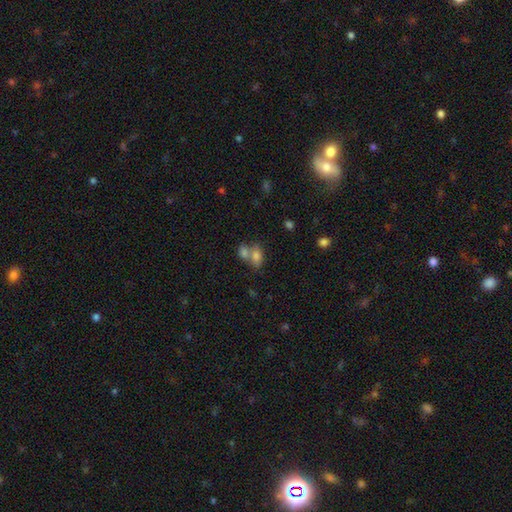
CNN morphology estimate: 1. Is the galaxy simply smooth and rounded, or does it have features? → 78% smooth, 12% featured or disk, 10% star or artifact.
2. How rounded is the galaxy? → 85% in between, 13% round, 2% cigar-shaped.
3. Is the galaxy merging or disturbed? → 55% merger, 31% none, 9% minor disturbance, 5% major disturbance.